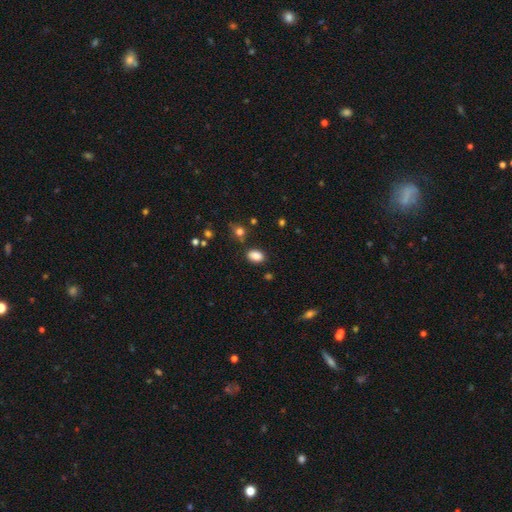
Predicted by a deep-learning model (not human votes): Q: Smooth or featured?
A: smooth (86%); runner-up: star or artifact (10%)
Q: How rounded?
A: in between (84%); runner-up: round (15%)
Q: Merging?
A: none (81%); runner-up: minor disturbance (13%)